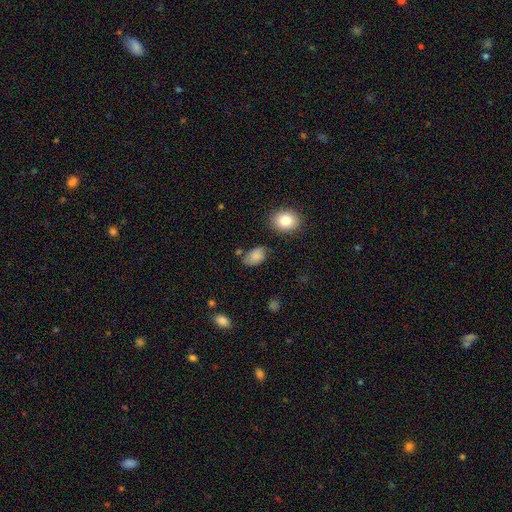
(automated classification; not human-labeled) Smooth or featured: smooth — 81% (featured or disk — 10%)
How rounded: in between — 88% (round — 11%)
Merging: none — 69% (minor disturbance — 21%)